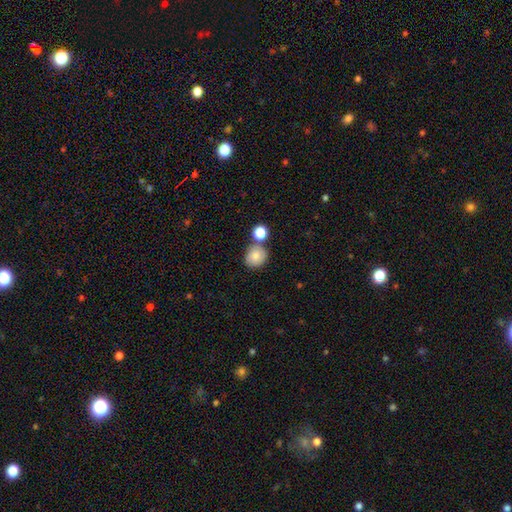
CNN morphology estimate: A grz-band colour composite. It shows a smooth galaxy with no disk features (82%) that is round (79%). Merging: none (64%).